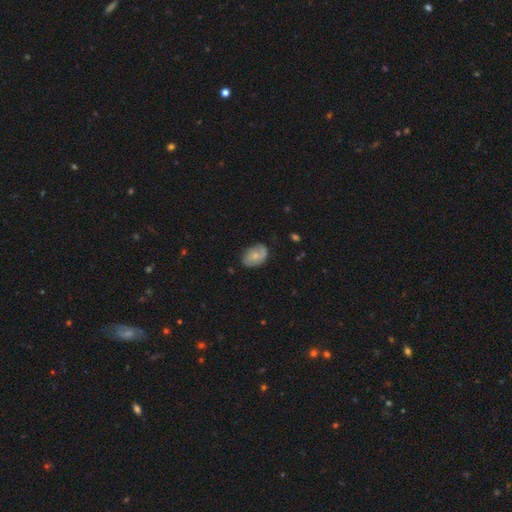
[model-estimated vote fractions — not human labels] A smooth galaxy with no disk features (53%) that is in between round and cigar-shaped (85%). Merging: none (66%).